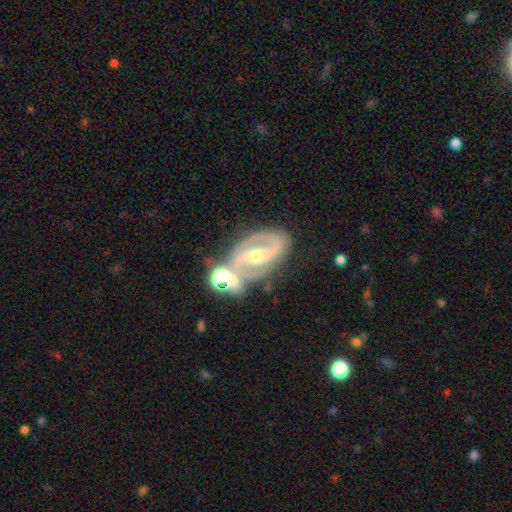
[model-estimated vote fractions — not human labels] Q: Smooth or featured?
A: featured or disk (81%); runner-up: smooth (11%)
Q: Edge-on disk?
A: no (95%); runner-up: yes (5%)
Q: Bar?
A: strong (43%); runner-up: weak (35%)
Q: Spiral arms?
A: yes (84%); runner-up: no (16%)
Q: Spiral winding?
A: medium (45%); runner-up: tight (35%)
Q: Spiral arm count?
A: 2 (80%); runner-up: can't tell (9%)
Q: Bulge size?
A: moderate (54%); runner-up: small (40%)
Q: Merging?
A: none (48%); runner-up: merger (28%)